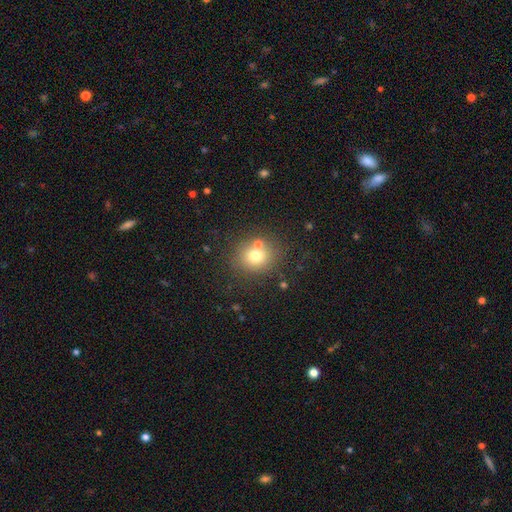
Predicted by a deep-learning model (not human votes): Smooth or featured? smooth (72%)
How rounded? round (80%)
Merging? none (69%)